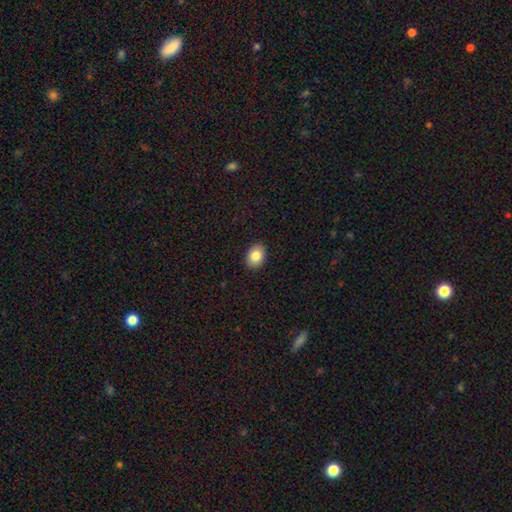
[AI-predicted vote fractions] smooth_or_featured: smooth (p=0.84) [alt: featured or disk p=0.08]
how_rounded: in between (p=0.73) [alt: round p=0.26]
merging: none (p=0.91) [alt: minor disturbance p=0.07]